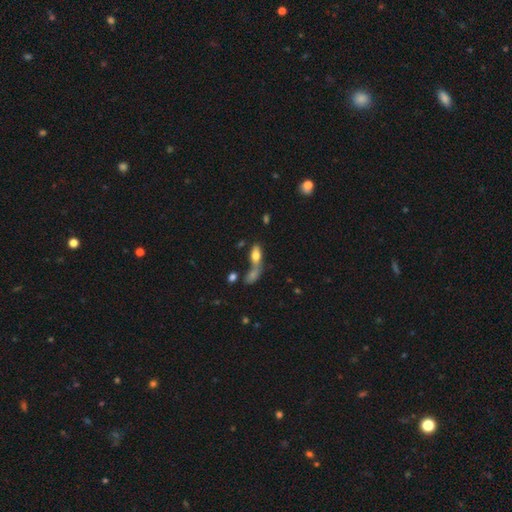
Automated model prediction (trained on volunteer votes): smooth 72%, featured or disk 19%, star or artifact 9%. Down the decision tree: how rounded — in between (79%); merging — merger (48%).